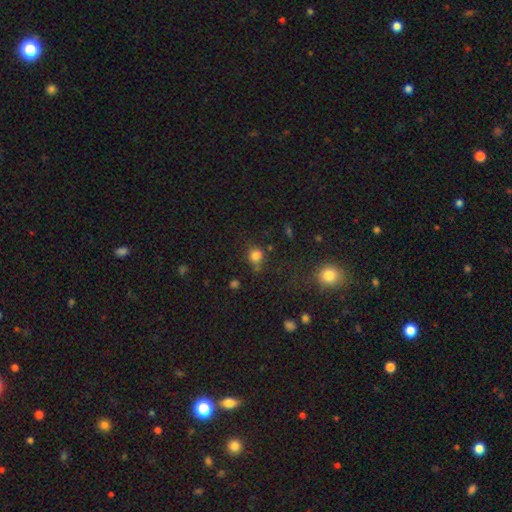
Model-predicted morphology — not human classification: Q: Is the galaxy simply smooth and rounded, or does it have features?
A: smooth — 78%.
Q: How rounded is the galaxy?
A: round — 78%.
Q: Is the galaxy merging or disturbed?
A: none — 65%.